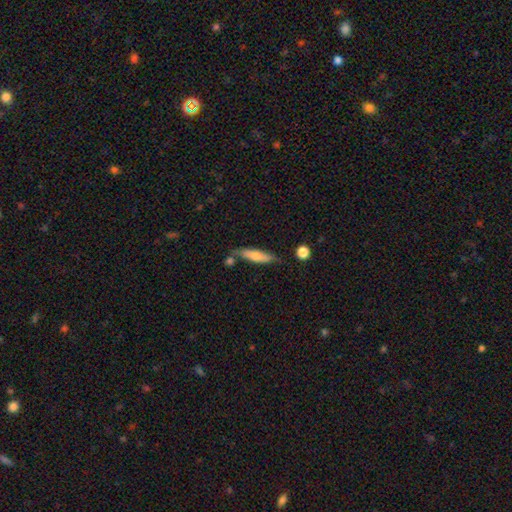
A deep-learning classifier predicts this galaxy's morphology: Smooth or featured?
  - smooth: 61% *
  - featured or disk: 33%
  - star or artifact: 6%
How rounded?
  - cigar-shaped: 73% *
  - in between: 25%
  - round: 2%
Merging?
  - none: 68% *
  - minor disturbance: 18%
  - merger: 9%
  - major disturbance: 4%